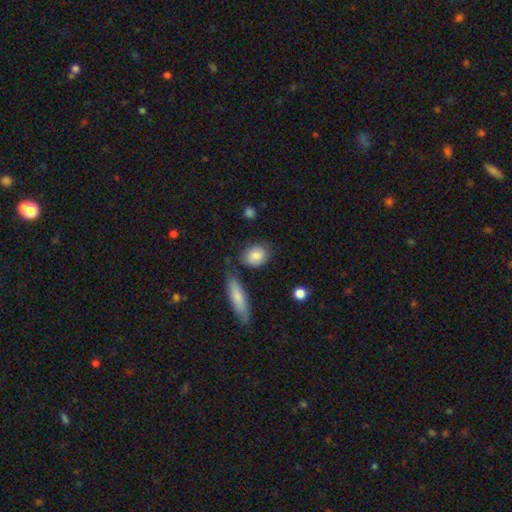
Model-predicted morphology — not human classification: Smooth or featured? smooth (82%)
How rounded? in between (53%)
Merging? none (70%)